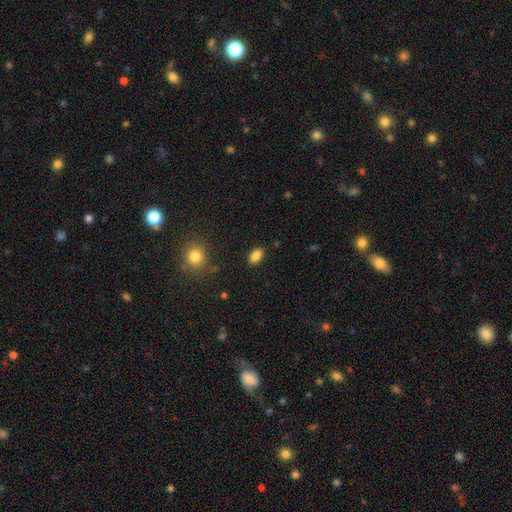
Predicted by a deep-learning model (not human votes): Smooth or featured?
  - smooth: 87% *
  - star or artifact: 9%
  - featured or disk: 4%
How rounded?
  - in between: 89% *
  - round: 9%
  - cigar-shaped: 2%
Merging?
  - none: 87% *
  - minor disturbance: 9%
  - major disturbance: 2%
  - merger: 1%